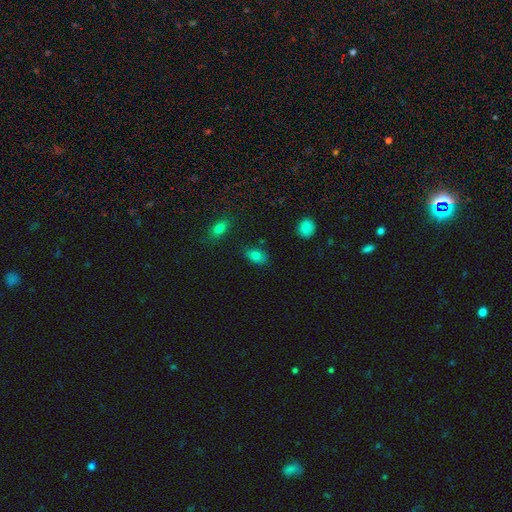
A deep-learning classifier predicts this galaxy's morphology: The model was most divided on "merging": none: 79%, minor disturbance: 15%, major disturbance: 3%, merger: 3%. More confident: how rounded — in between (84%); smooth or featured — smooth (81%).